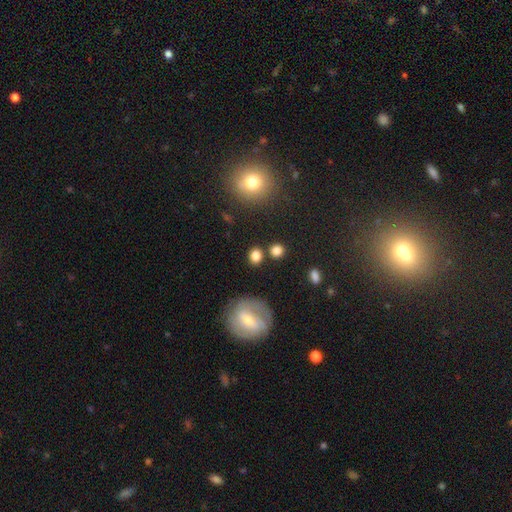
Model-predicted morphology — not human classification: The model was most divided on "how rounded": round: 71%, in between: 28%, cigar-shaped: 2%. More confident: smooth or featured — smooth (80%); merging — none (76%).